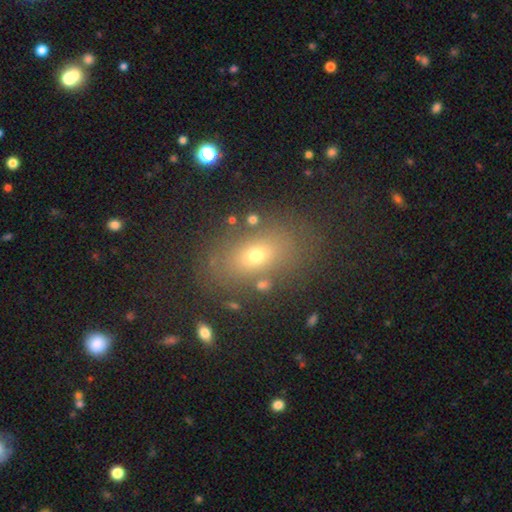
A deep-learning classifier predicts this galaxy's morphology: The model was most divided on "smooth or featured": smooth: 62%, featured or disk: 20%, star or artifact: 18%. More confident: merging — none (80%); how rounded — in between (77%).